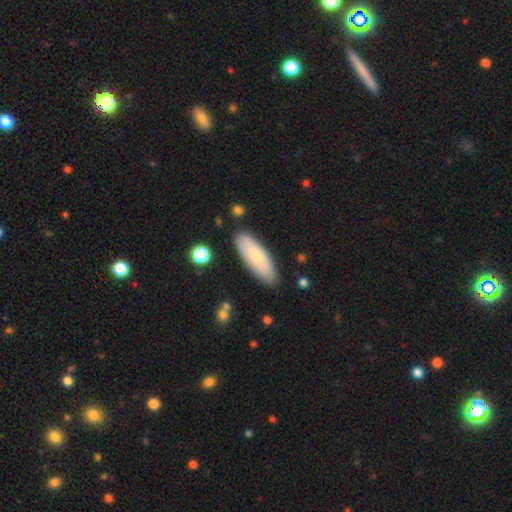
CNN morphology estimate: smooth 74%, featured or disk 20%, star or artifact 6%. Down the decision tree: how rounded — in between (60%); merging — none (84%).